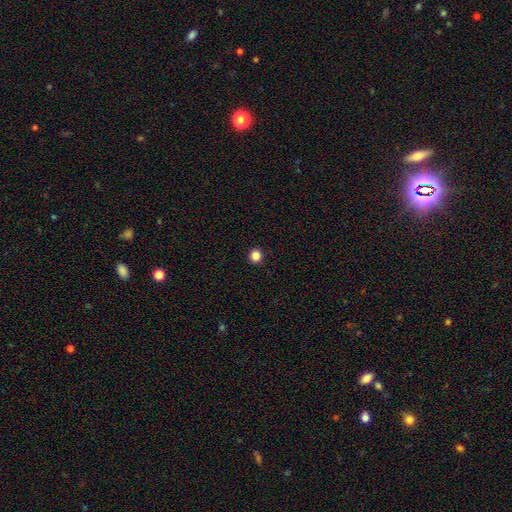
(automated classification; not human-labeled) A smooth galaxy with no disk features (85%) that is round (95%). Merging: none (94%).